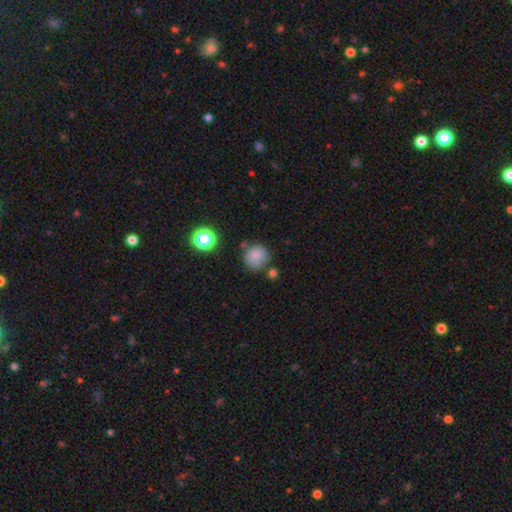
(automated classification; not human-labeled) Smooth or featured? Predicted: smooth (p=0.79). How rounded? Predicted: round (p=0.88). Merging? Predicted: none (p=0.67).